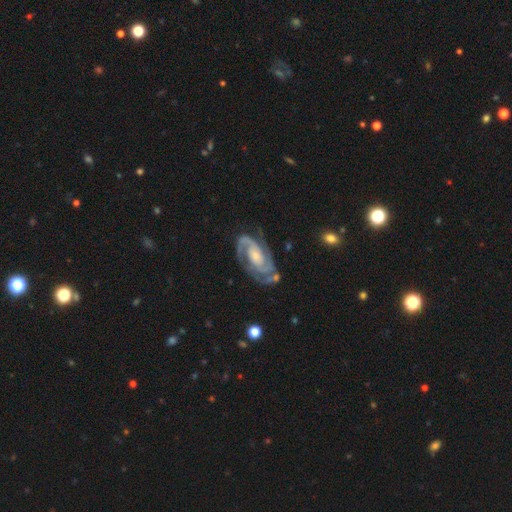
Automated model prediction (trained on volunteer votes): Smooth or featured: featured or disk — 92% (smooth — 4%)
Edge-on disk: no — 97% (yes — 3%)
Bar: no — 52% (weak — 33%)
Spiral arms: yes — 98% (no — 2%)
Spiral winding: tight — 53% (medium — 40%)
Spiral arm count: 2 — 81% (3 — 9%)
Bulge size: moderate — 43% (small — 40%)
Merging: none — 72% (minor disturbance — 18%)